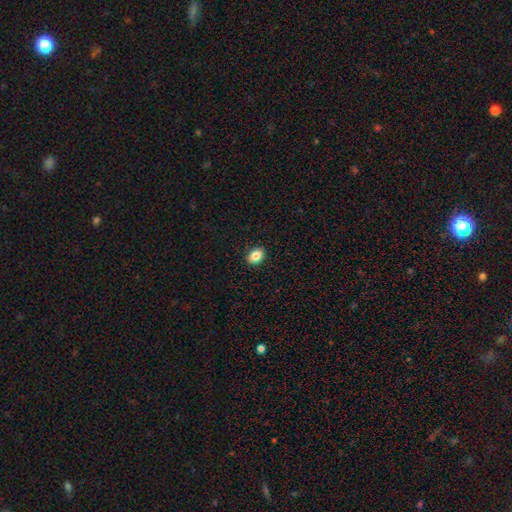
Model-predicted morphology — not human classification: type=smooth (86%); roundness=in between (78%); merging=none (90%).